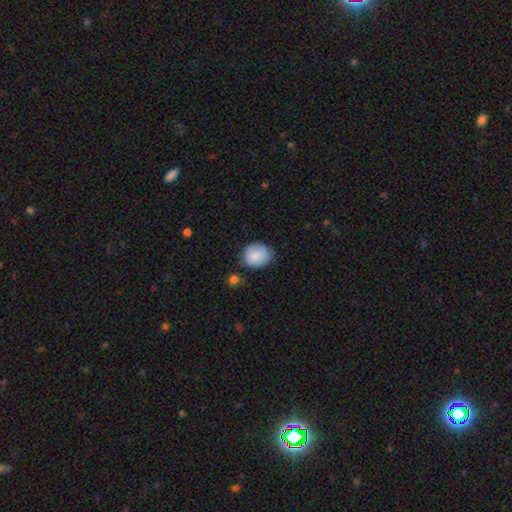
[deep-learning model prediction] Q: Smooth or featured?
A: smooth (85%); runner-up: featured or disk (8%)
Q: How rounded?
A: round (54%); runner-up: in between (45%)
Q: Merging?
A: none (67%); runner-up: minor disturbance (24%)